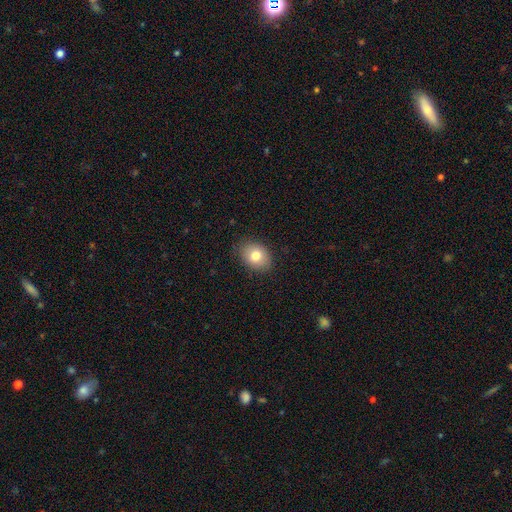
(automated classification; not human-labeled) The model was most divided on "how rounded": in between: 66%, round: 33%, cigar-shaped: 1%. More confident: merging — none (86%); smooth or featured — smooth (79%).